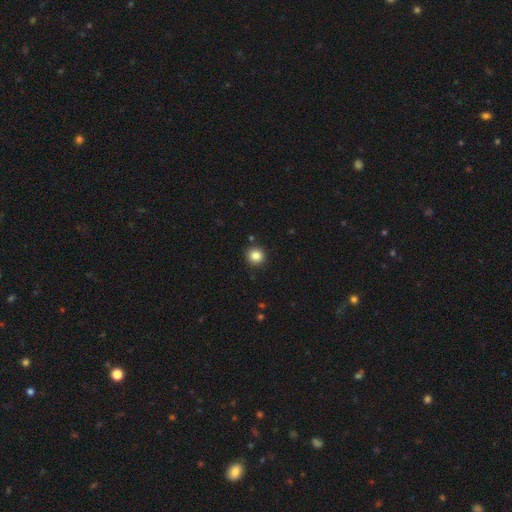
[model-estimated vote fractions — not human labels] Smooth or featured: smooth — 85% (star or artifact — 11%)
How rounded: round — 94% (in between — 5%)
Merging: none — 91% (minor disturbance — 6%)